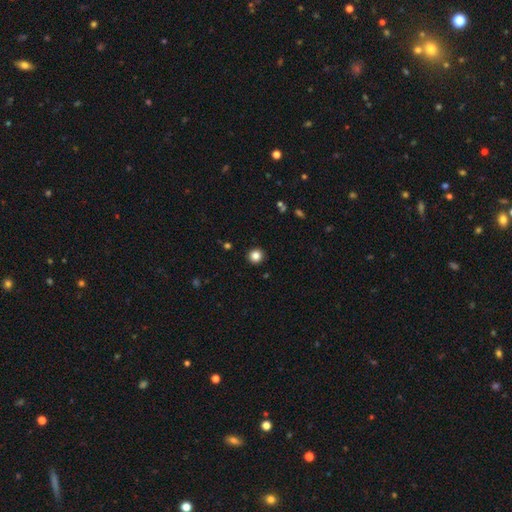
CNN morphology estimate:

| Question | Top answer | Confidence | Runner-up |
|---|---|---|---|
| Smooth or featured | smooth | 84% | star or artifact (11%) |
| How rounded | round | 94% | in between (5%) |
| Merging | none | 93% | minor disturbance (5%) |